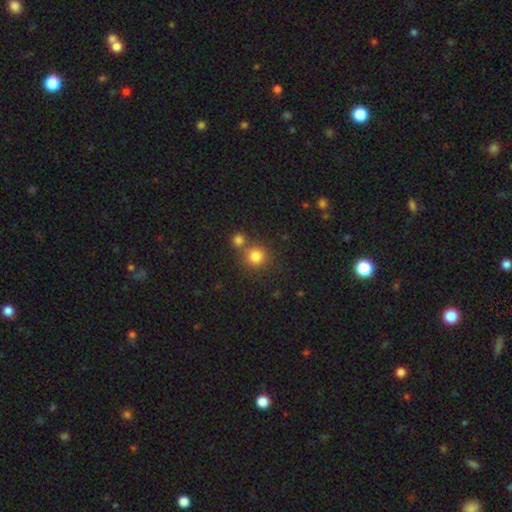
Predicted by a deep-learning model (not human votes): smooth 80%, star or artifact 13%, featured or disk 7%. Down the decision tree: how rounded — round (91%); merging — none (61%).